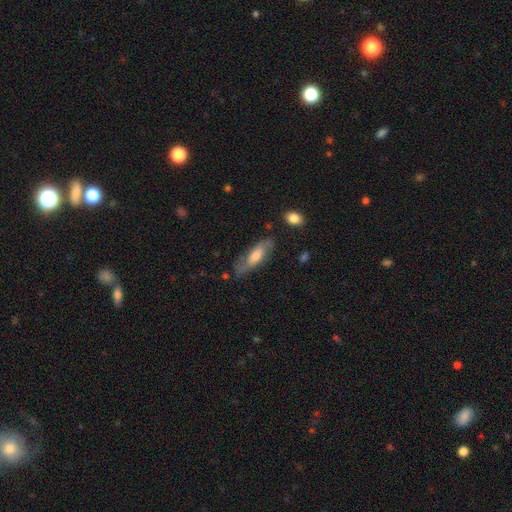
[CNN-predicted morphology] This appears to be a featured or disk galaxy (48%). Merging: none (69%).